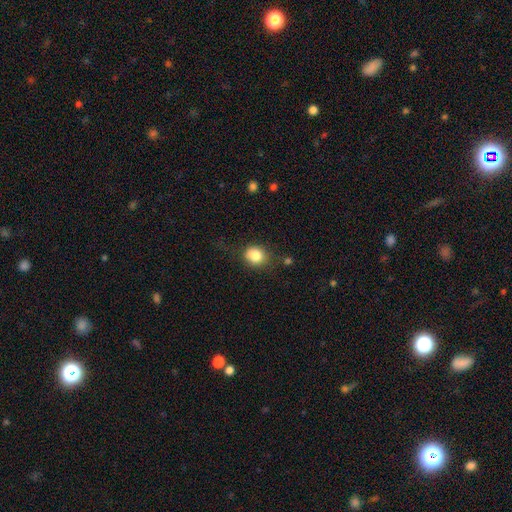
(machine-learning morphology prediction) smooth_or_featured: smooth (p=0.82) [alt: star or artifact p=0.10]
how_rounded: round (p=0.72) [alt: in between p=0.27]
merging: none (p=0.72) [alt: minor disturbance p=0.19]